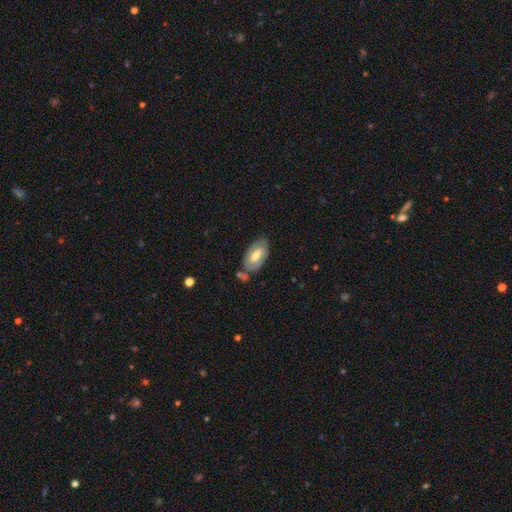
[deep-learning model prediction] Smooth or featured? Predicted: featured or disk (p=0.48). Merging? Predicted: none (p=0.66).